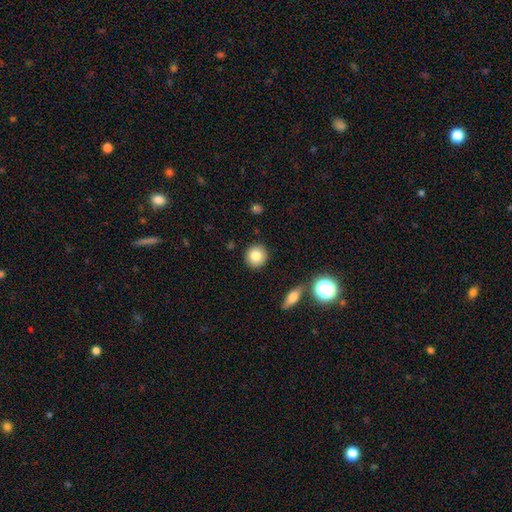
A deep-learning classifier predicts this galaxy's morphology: Smooth or featured? smooth (82%)
How rounded? round (92%)
Merging? none (91%)